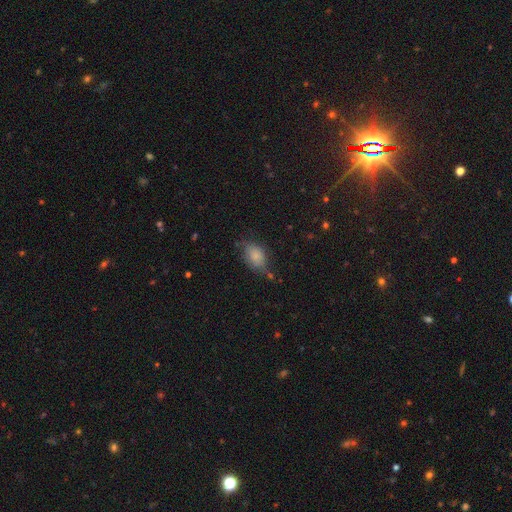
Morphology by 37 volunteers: smooth_or_featured: smooth (p=0.81) [alt: featured or disk p=0.11]
how_rounded: in between (p=0.87) [alt: round p=0.13]
merging: none (p=0.59) [alt: minor disturbance p=0.24]